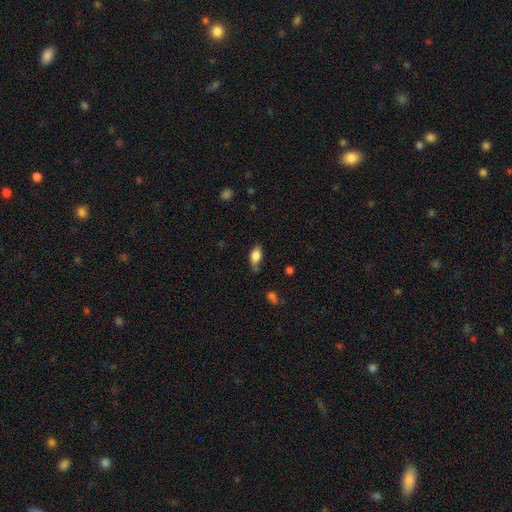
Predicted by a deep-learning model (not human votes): This is clearly a smooth galaxy (83%). How rounded: clearly in between (87%). Merging: possibly none (55%).